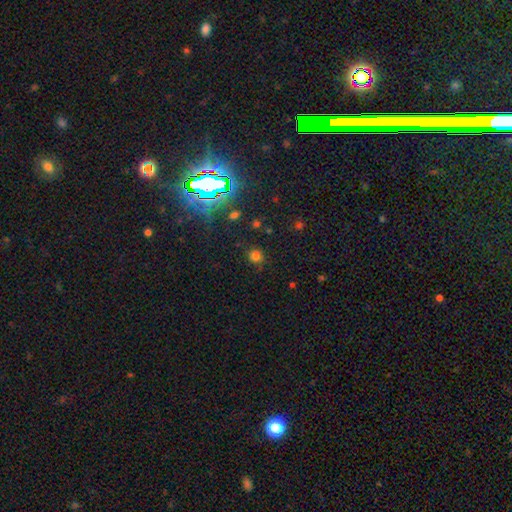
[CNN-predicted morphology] Overall: smooth (67%; star or artifact 27%). How rounded: round (87%). Merging: none (80%).